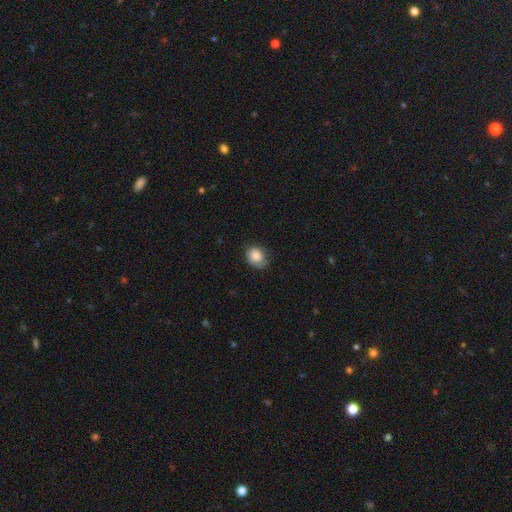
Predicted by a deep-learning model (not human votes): smooth 81%, featured or disk 11%, star or artifact 8%. Down the decision tree: how rounded — round (50%); merging — none (68%).